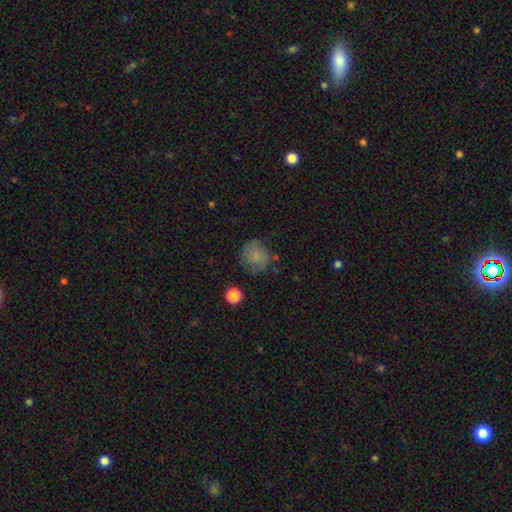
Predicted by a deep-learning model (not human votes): smooth_or_featured: smooth (p=0.68) [alt: featured or disk p=0.21]
how_rounded: round (p=0.79) [alt: in between p=0.20]
merging: none (p=0.65) [alt: minor disturbance p=0.23]